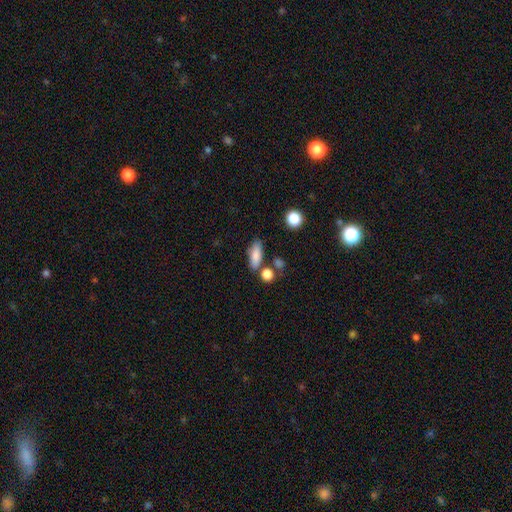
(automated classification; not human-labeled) smooth_or_featured: smooth (p=0.83) [alt: featured or disk p=0.09]
how_rounded: in between (p=0.69) [alt: cigar-shaped p=0.24]
merging: none (p=0.69) [alt: minor disturbance p=0.15]